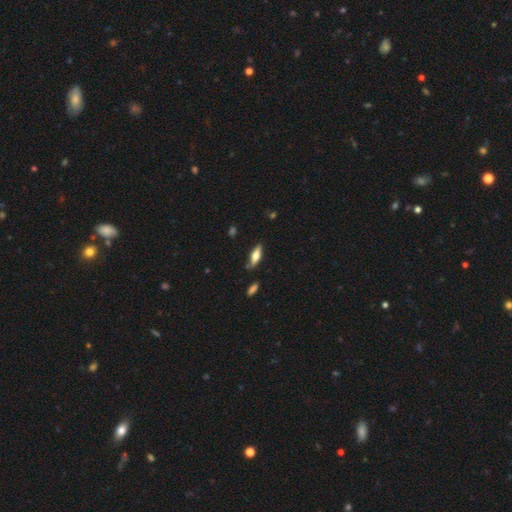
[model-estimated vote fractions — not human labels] Morphology: type=smooth (61%); roundness=in between (55%); merging=none (71%).